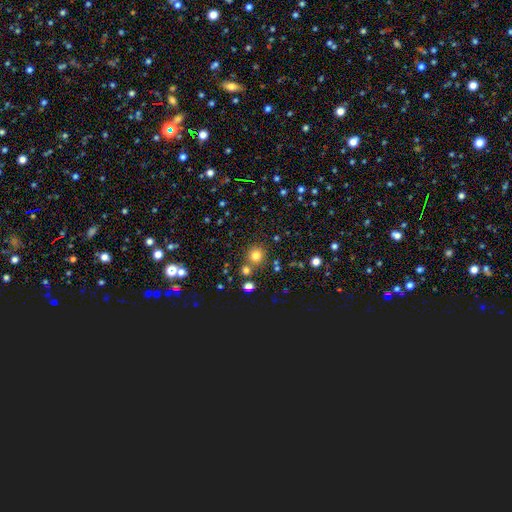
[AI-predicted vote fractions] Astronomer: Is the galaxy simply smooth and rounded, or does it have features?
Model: smooth — 76%.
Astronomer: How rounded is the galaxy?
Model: round — 91%.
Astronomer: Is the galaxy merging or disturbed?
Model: none — 77%.